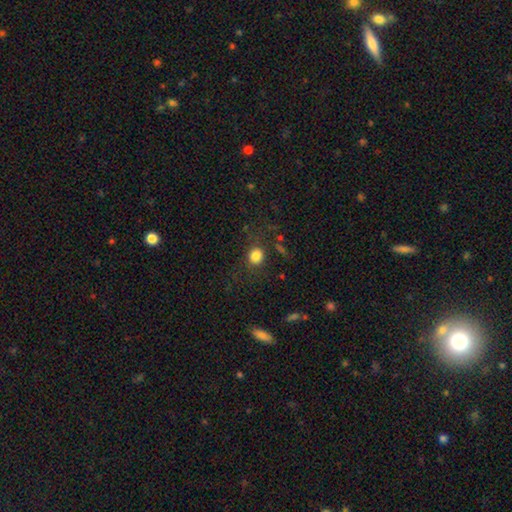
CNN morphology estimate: Smooth or featured? smooth (82%)
How rounded? round (72%)
Merging? none (75%)